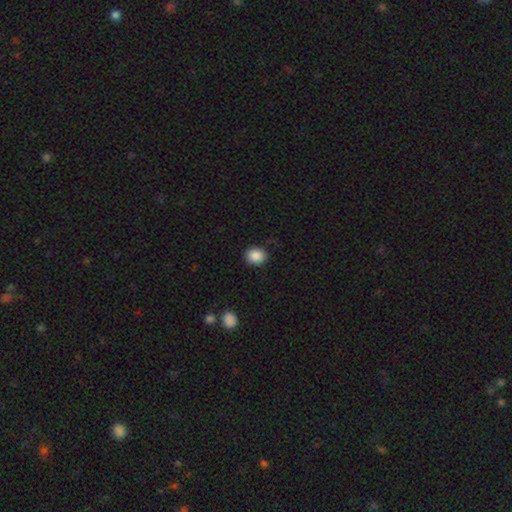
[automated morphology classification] Smooth or featured?
  - smooth: 88% *
  - star or artifact: 8%
  - featured or disk: 4%
How rounded?
  - round: 62% *
  - in between: 37%
  - cigar-shaped: 1%
Merging?
  - none: 89% *
  - minor disturbance: 8%
  - major disturbance: 2%
  - merger: 1%